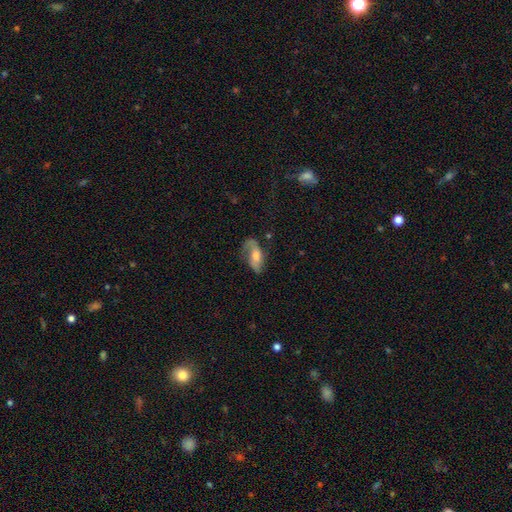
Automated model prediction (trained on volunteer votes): Overall: featured or disk (61%; smooth 32%). Edge-on disk: no (90%). Bar: no (56%; weak 31%). Spiral arms: yes (85%). Bulge size: moderate (63%; small 23%). Merging: none (57%; minor disturbance 24%).